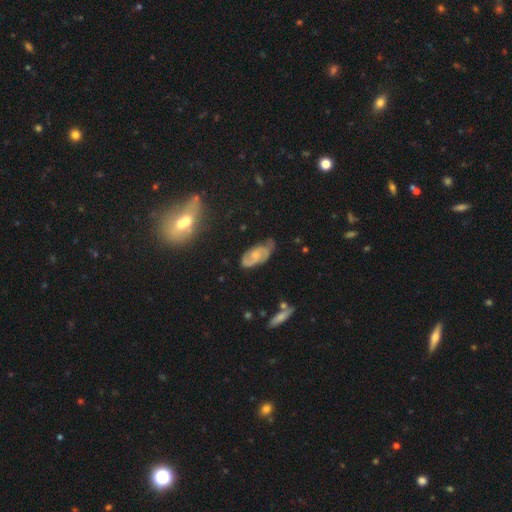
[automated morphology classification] featured or disk 68%, smooth 25%, star or artifact 8%. Down the decision tree: edge-on disk — no (94%); bar — no (66%); spiral arms — yes (86%); spiral arm count — 2 (72%); spiral winding — medium (43%); bulge size — small (50%); merging — none (61%).